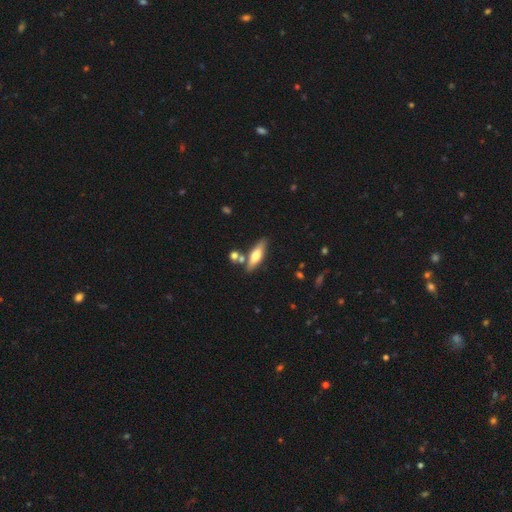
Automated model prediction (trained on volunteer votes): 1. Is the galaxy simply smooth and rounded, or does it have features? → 54% smooth, 39% featured or disk, 7% star or artifact.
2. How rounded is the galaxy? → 57% cigar-shaped, 40% in between, 3% round.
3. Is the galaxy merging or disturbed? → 74% none, 12% minor disturbance, 11% merger, 3% major disturbance.